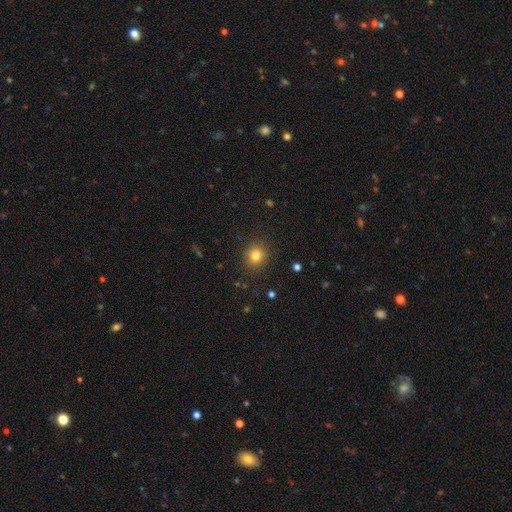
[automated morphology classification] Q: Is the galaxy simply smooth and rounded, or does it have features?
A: smooth — 82%.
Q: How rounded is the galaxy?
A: round — 86%.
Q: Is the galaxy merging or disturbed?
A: none — 88%.